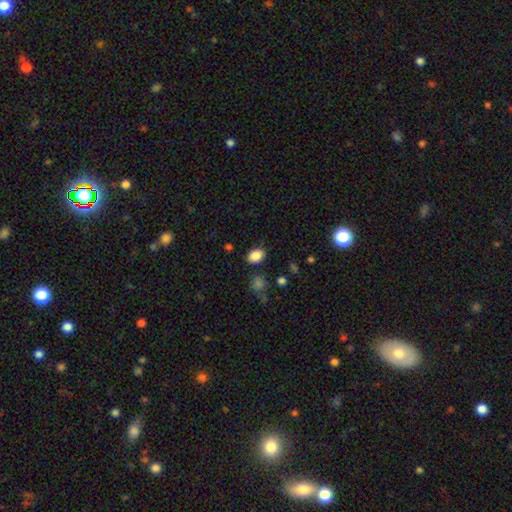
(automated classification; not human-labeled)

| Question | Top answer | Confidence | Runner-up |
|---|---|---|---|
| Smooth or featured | smooth | 86% | star or artifact (9%) |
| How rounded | in between | 74% | round (25%) |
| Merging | none | 84% | minor disturbance (11%) |